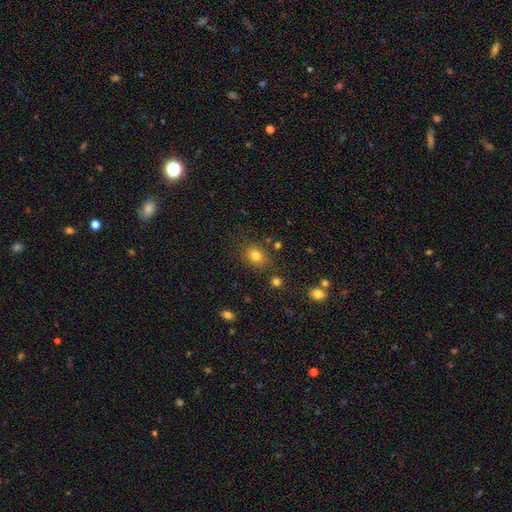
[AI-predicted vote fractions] Q: Smooth or featured?
A: smooth (80%); runner-up: star or artifact (13%)
Q: How rounded?
A: round (52%); runner-up: in between (47%)
Q: Merging?
A: none (76%); runner-up: minor disturbance (14%)